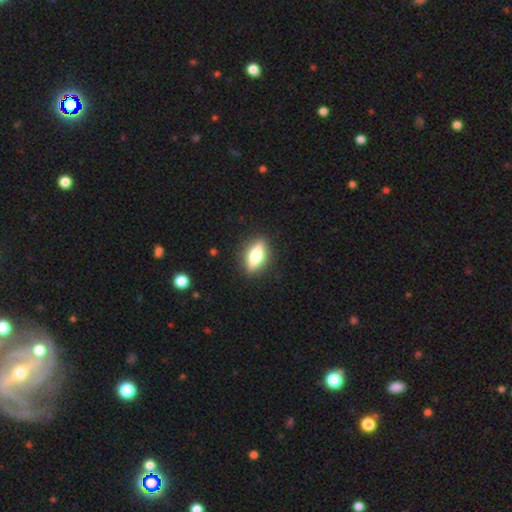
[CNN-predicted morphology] Overall: smooth (46%, tied with featured or disk). Merging: none (88%).